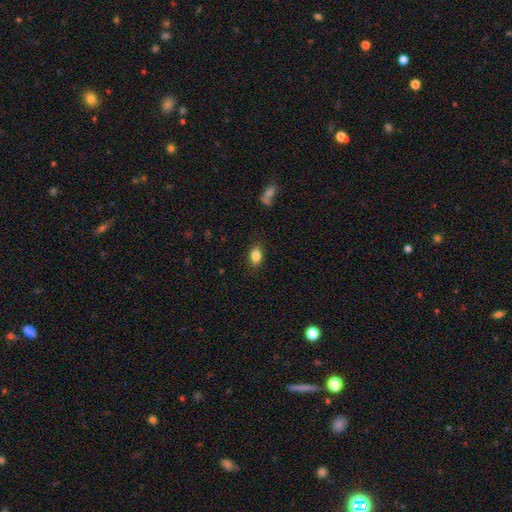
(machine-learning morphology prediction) Smooth or featured? Predicted: smooth (p=0.85). How rounded? Predicted: in between (p=0.82). Merging? Predicted: none (p=0.86).